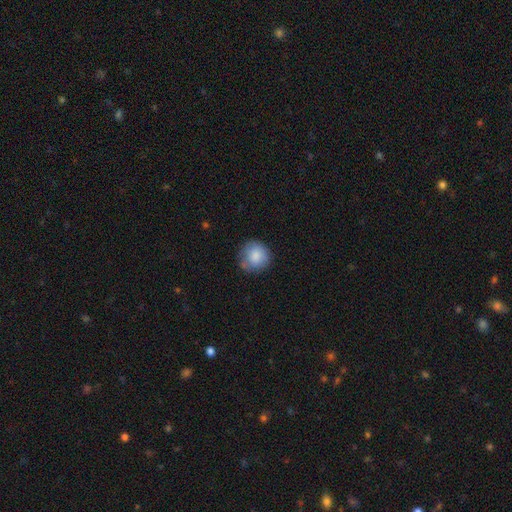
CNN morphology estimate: smooth_or_featured: smooth (p=0.84) [alt: featured or disk p=0.09]
how_rounded: round (p=0.91) [alt: in between p=0.08]
merging: none (p=0.74) [alt: minor disturbance p=0.19]